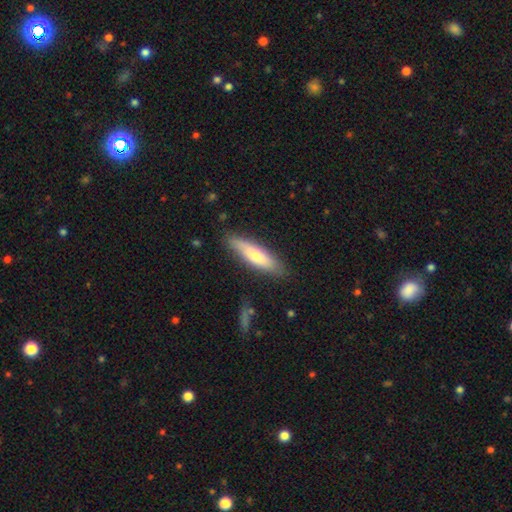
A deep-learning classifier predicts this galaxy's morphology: type=smooth (63%); roundness=cigar-shaped (71%); merging=none (83%).